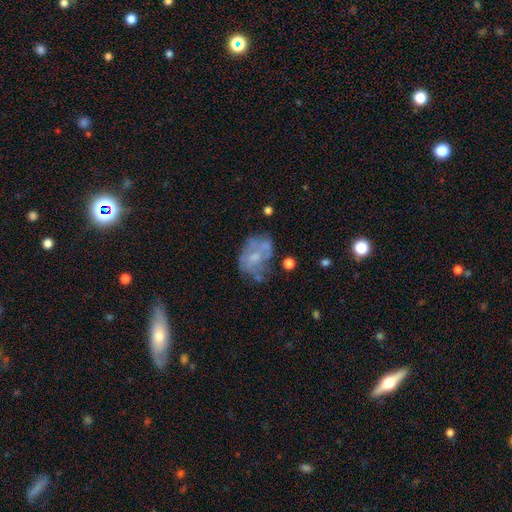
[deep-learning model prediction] Smooth or featured? Predicted: featured or disk (p=0.57). Edge-on disk? Predicted: no (p=0.97). Bar? Predicted: no (p=0.79). Spiral arms? Predicted: no (p=0.67). Bulge size? Predicted: small (p=0.41). Merging? Predicted: none (p=0.44).